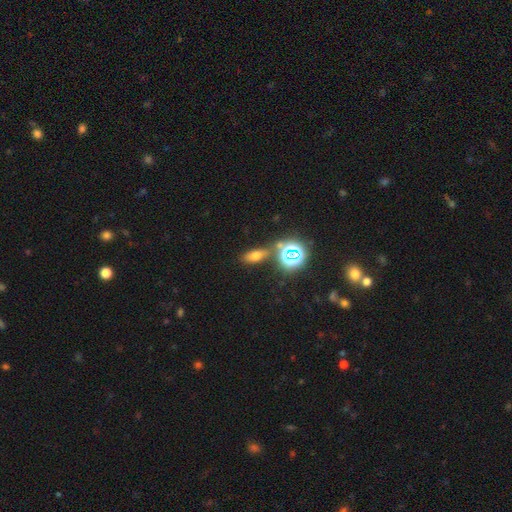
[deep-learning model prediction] Morphology: type=smooth (55%); roundness=in between (66%); merging=none (73%).